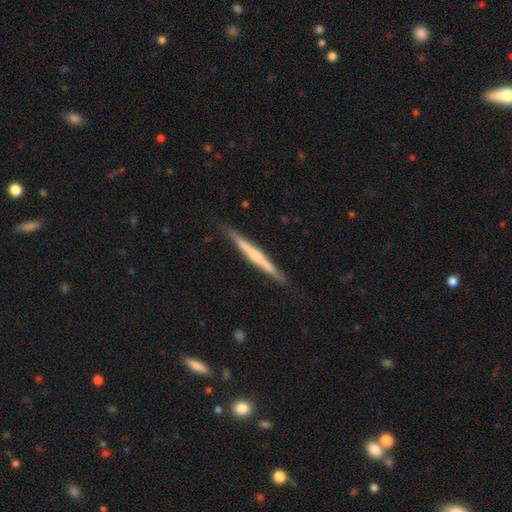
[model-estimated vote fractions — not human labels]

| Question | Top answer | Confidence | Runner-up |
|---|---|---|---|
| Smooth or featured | featured or disk | 61% | smooth (33%) |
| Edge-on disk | yes | 98% | no (2%) |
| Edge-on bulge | rounded | 47% | none (44%) |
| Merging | none | 88% | minor disturbance (9%) |